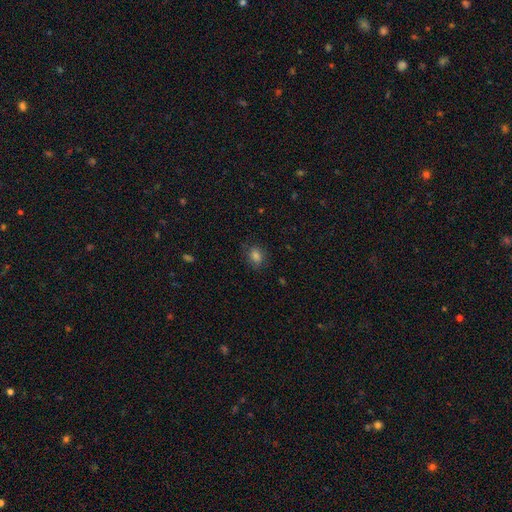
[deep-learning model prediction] Smooth or featured?
  - smooth: 78% *
  - star or artifact: 15%
  - featured or disk: 7%
How rounded?
  - in between: 62% *
  - round: 37%
  - cigar-shaped: 2%
Merging?
  - none: 79% *
  - minor disturbance: 15%
  - major disturbance: 5%
  - merger: 1%